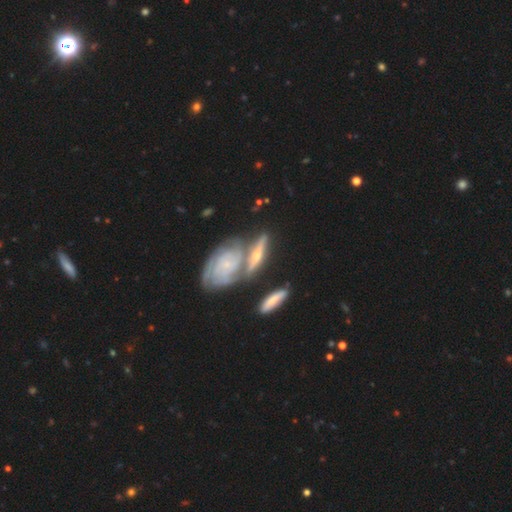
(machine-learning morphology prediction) smooth_or_featured: featured or disk (p=0.76) [alt: smooth p=0.17]
disk_edge_on: no (p=0.61) [alt: yes p=0.39]
merging: none (p=0.52) [alt: merger p=0.29]